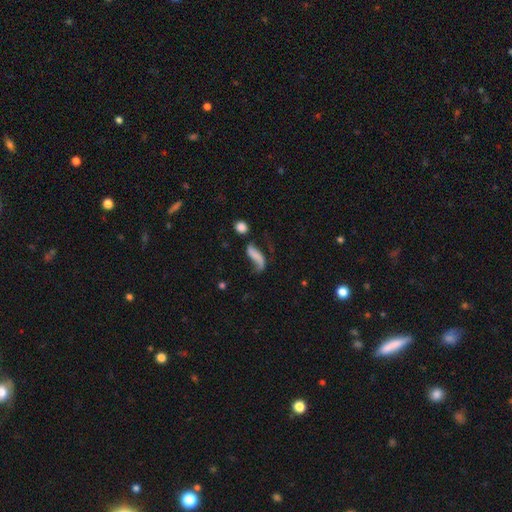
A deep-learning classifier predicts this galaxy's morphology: Smooth or featured? Predicted: smooth (p=0.44, tied with featured or disk). Merging? Predicted: none (p=0.37).